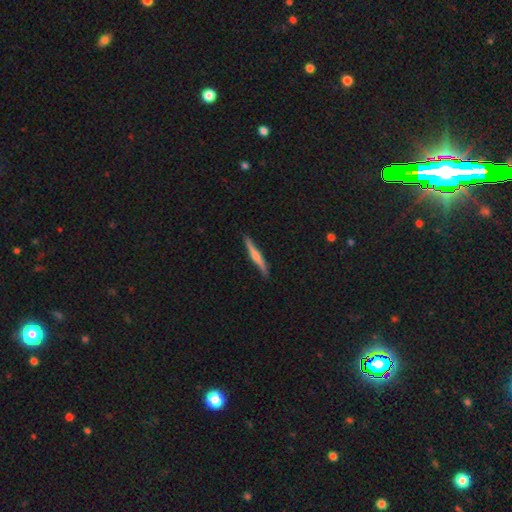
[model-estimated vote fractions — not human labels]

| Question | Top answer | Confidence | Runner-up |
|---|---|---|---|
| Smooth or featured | featured or disk | 61% | smooth (33%) |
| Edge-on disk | yes | 97% | no (3%) |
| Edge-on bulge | rounded | 72% | none (19%) |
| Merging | none | 88% | minor disturbance (9%) |